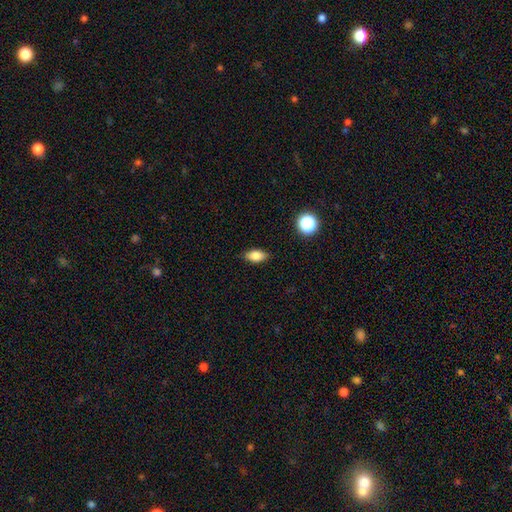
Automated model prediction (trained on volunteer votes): Smooth or featured? Predicted: smooth (p=0.83). How rounded? Predicted: in between (p=0.87). Merging? Predicted: none (p=0.85).